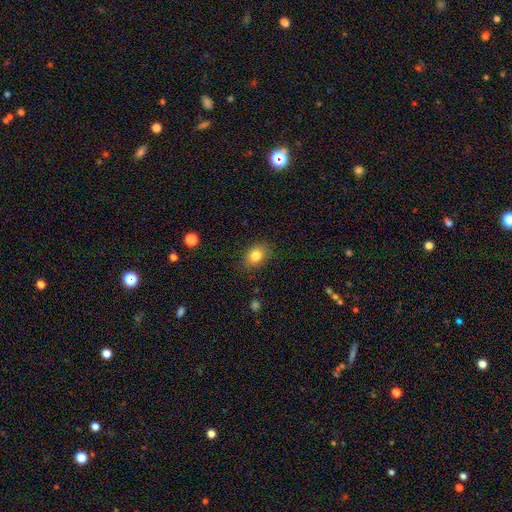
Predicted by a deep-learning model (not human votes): Smooth or featured? Predicted: smooth (p=0.82). How rounded? Predicted: in between (p=0.66). Merging? Predicted: none (p=0.82).